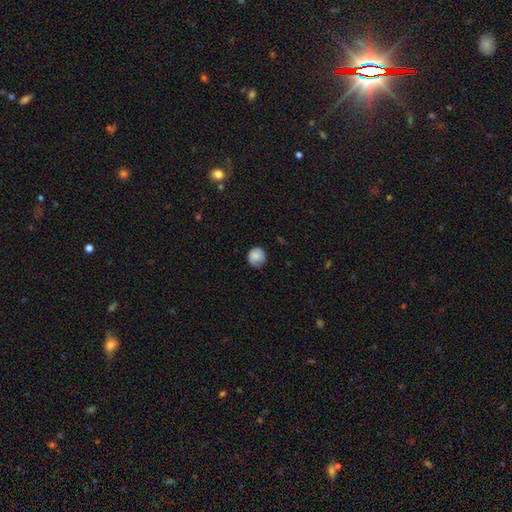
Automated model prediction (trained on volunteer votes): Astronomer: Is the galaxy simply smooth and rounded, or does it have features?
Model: smooth — 80%.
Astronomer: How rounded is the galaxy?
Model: round — 86%.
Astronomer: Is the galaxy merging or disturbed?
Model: none — 70%.